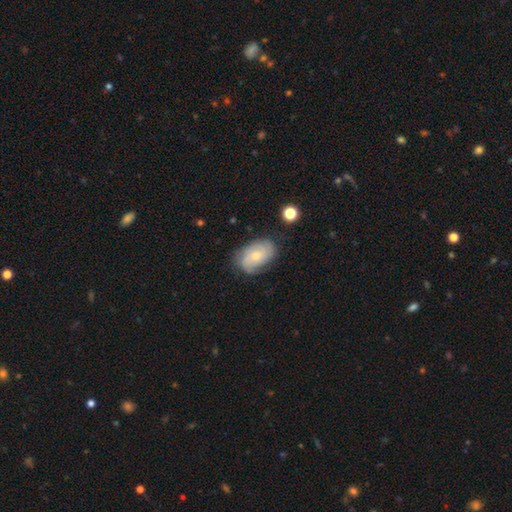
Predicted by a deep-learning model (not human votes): Smooth or featured? Predicted: featured or disk (p=0.60). Edge-on disk? Predicted: no (p=0.96). Bar? Predicted: no (p=0.73). Spiral arms? Predicted: yes (p=0.89). Spiral winding? Predicted: tight (p=0.51). Spiral arm count? Predicted: 2 (p=0.37). Bulge size? Predicted: small (p=0.52). Merging? Predicted: none (p=0.71).